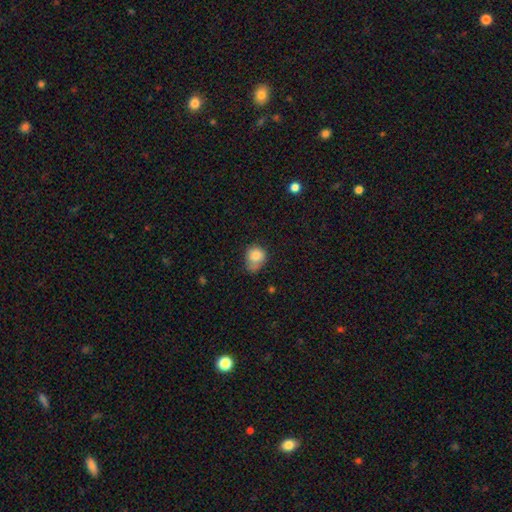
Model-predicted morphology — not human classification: The model was most divided on "merging": none: 40%, minor disturbance: 38%, major disturbance: 14%, merger: 8%. More confident: smooth or featured — smooth (82%); how rounded — round (67%).